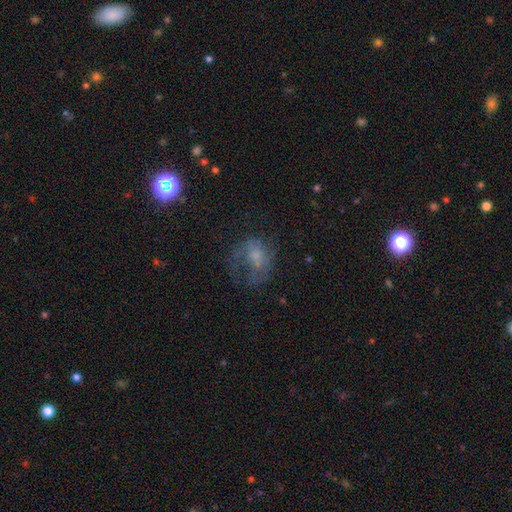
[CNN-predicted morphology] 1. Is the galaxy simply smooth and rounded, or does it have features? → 43% smooth, 41% featured or disk, 16% star or artifact.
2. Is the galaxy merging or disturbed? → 46% major disturbance, 32% none, 19% minor disturbance, 3% merger.